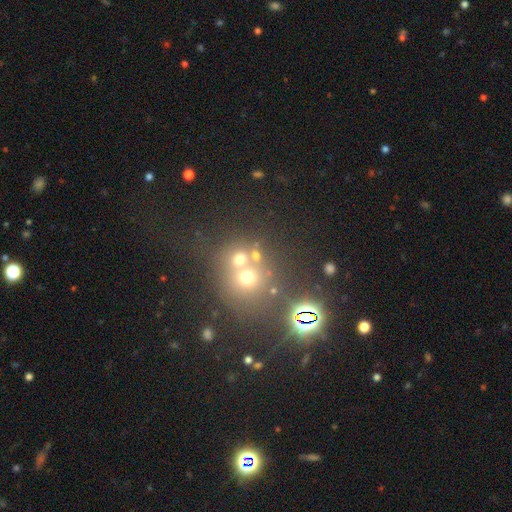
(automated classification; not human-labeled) smooth_or_featured: smooth (p=0.59) [alt: star or artifact p=0.27]
how_rounded: round (p=0.83) [alt: in between p=0.16]
merging: none (p=0.51) [alt: merger p=0.37]